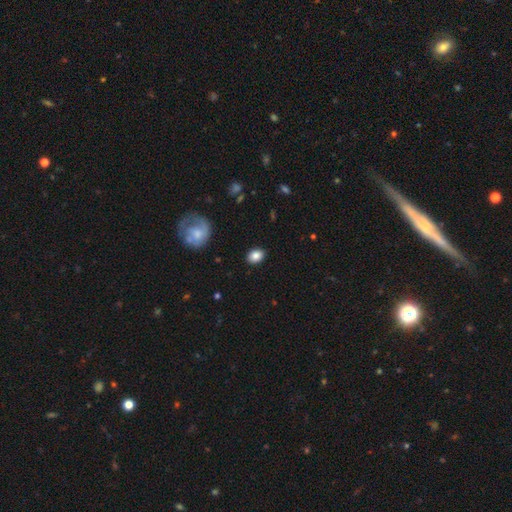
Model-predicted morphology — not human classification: Overall: smooth (85%). How rounded: in between (70%). Merging: none (87%).